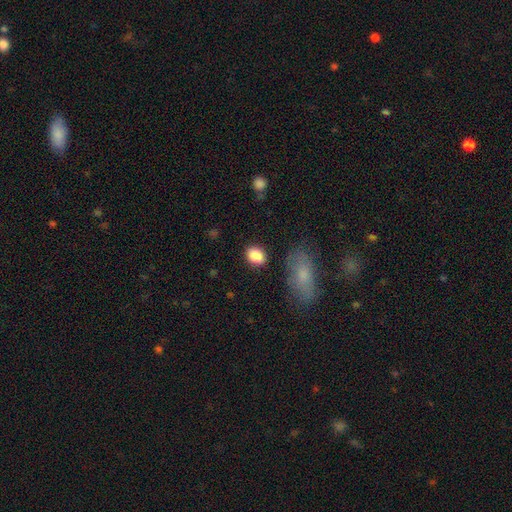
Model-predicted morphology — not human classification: type=smooth (87%); roundness=in between (64%); merging=none (84%).